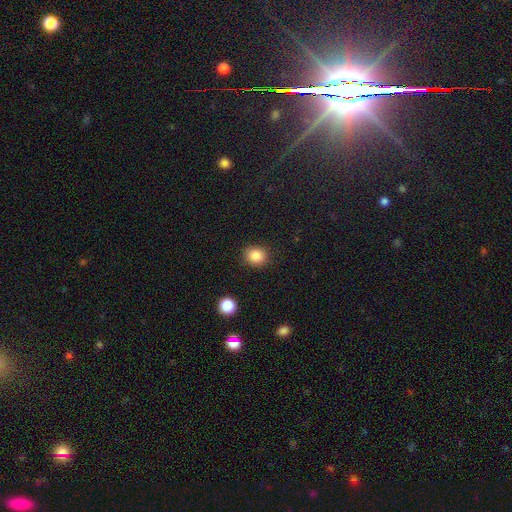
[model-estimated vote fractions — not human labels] smooth_or_featured: smooth (p=0.86) [alt: star or artifact p=0.10]
how_rounded: round (p=0.71) [alt: in between p=0.28]
merging: none (p=0.88) [alt: minor disturbance p=0.08]